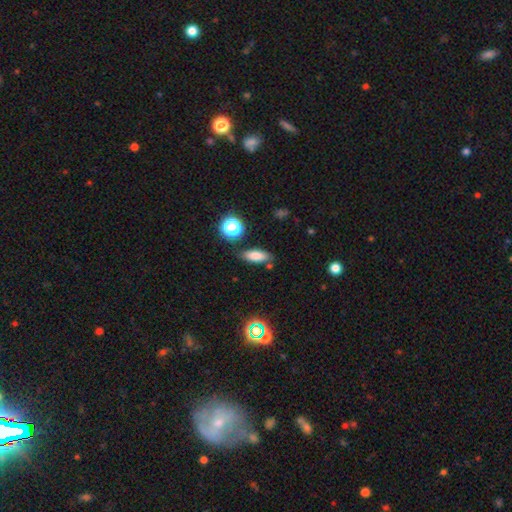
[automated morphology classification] Smooth or featured? Predicted: smooth (p=0.78). How rounded? Predicted: in between (p=0.70). Merging? Predicted: none (p=0.80).